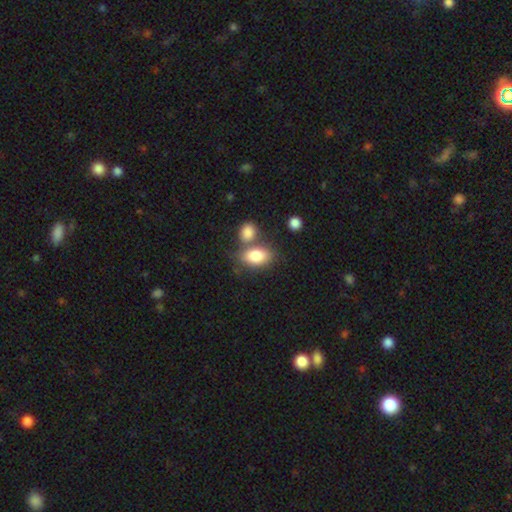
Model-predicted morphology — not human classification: type=smooth (83%); roundness=in between (87%); merging=none (48%).